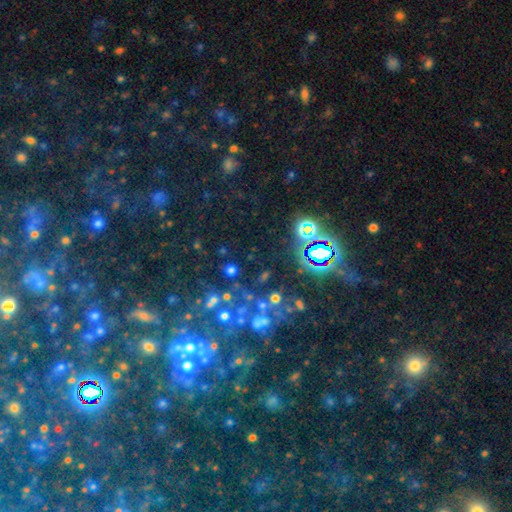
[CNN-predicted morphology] Q: Smooth or featured?
A: star or artifact (75%); runner-up: smooth (16%)